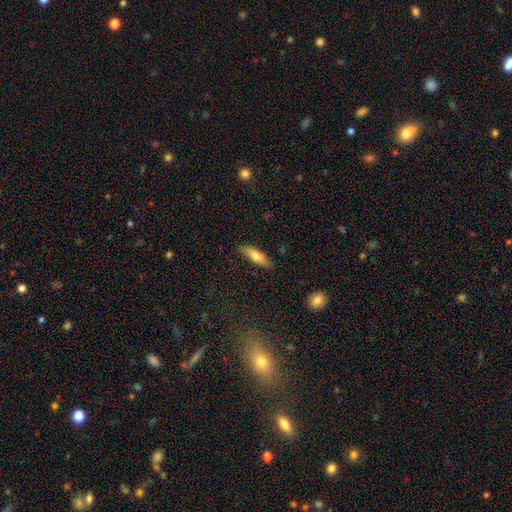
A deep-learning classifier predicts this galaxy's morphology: A smooth galaxy with no disk features (73%) that is cigar-shaped (56%). Merging: none (84%).